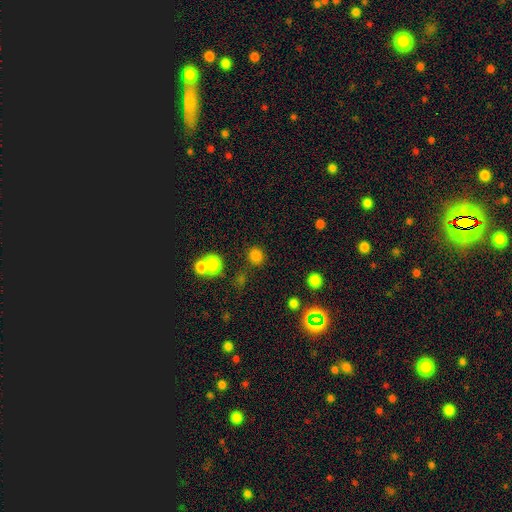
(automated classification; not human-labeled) A smooth galaxy with no disk features (80%) that is round (83%).

Vote fractions:
- Smooth or featured? smooth: 80% / star or artifact: 15% / featured or disk: 5%
- How rounded? round: 83% / in between: 16% / cigar-shaped: 1%
- Merging? none: 78% / merger: 10% / minor disturbance: 8% / major disturbance: 4%